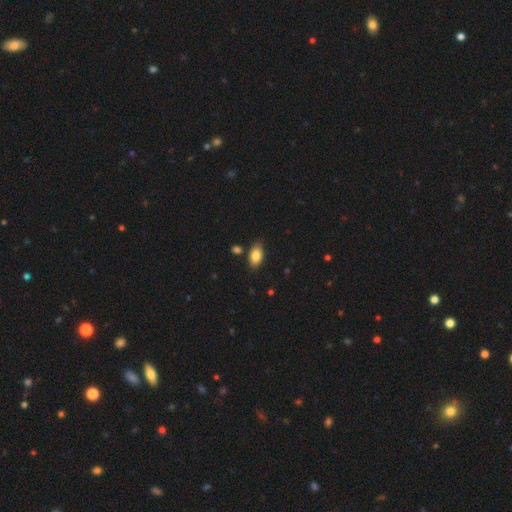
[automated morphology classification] smooth-or-featured: smooth: 83% | featured or disk: 9% | star or artifact: 8%
  how-rounded: in between: 92% | round: 6% | cigar-shaped: 2%
  merging: none: 81% | minor disturbance: 13% | merger: 4% | major disturbance: 3%